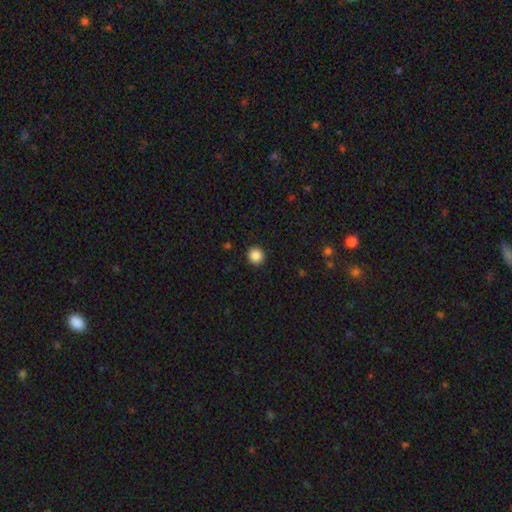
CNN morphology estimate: This is clearly a smooth galaxy (87%). How rounded: clearly round (94%). Merging: clearly none (93%).